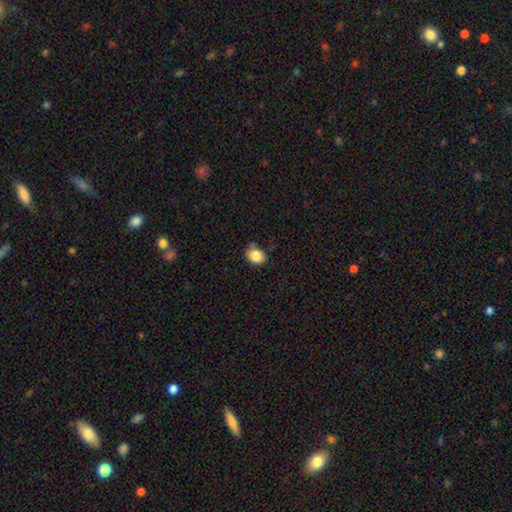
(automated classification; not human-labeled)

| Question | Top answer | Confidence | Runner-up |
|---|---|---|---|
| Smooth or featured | smooth | 84% | star or artifact (9%) |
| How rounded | in between | 58% | round (41%) |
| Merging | none | 73% | minor disturbance (17%) |